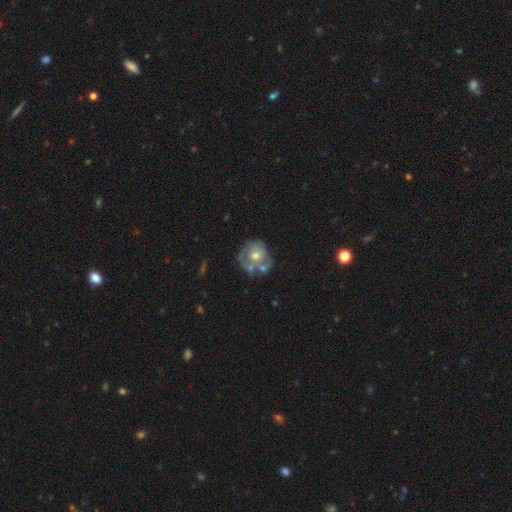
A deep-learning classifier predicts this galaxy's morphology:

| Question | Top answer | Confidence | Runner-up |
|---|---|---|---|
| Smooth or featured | featured or disk | 59% | smooth (32%) |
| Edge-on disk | no | 97% | yes (3%) |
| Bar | no | 83% | weak (14%) |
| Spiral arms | no | 54% | yes (46%) |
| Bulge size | moderate | 66% | small (27%) |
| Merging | none | 42% | merger (28%) |